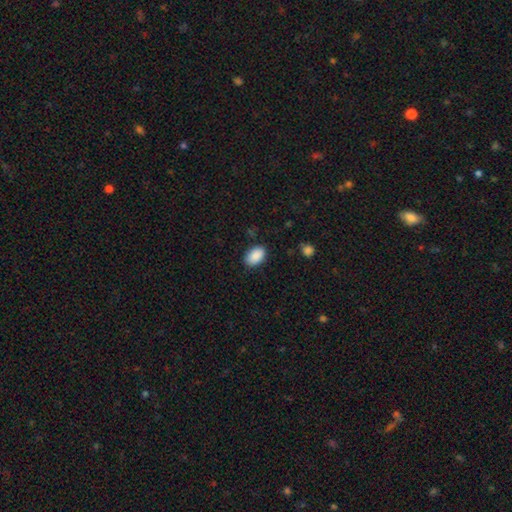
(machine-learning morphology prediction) This appears to be a smooth galaxy with no disk features (89%) that is in between round and cigar-shaped (90%). Merging: none (84%).